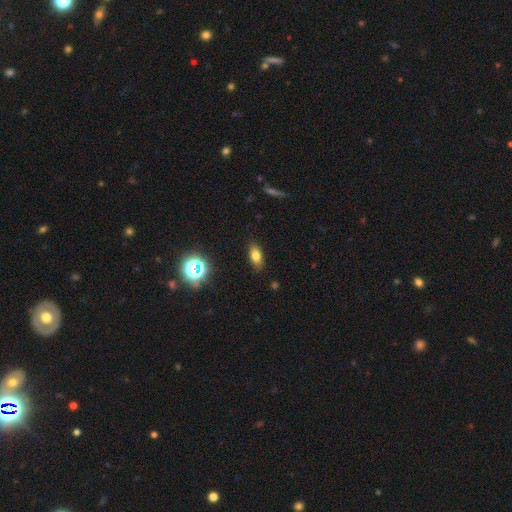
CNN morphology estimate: This appears to be a smooth galaxy with no disk features (75%) that is in between round and cigar-shaped (82%). Merging: none (87%).